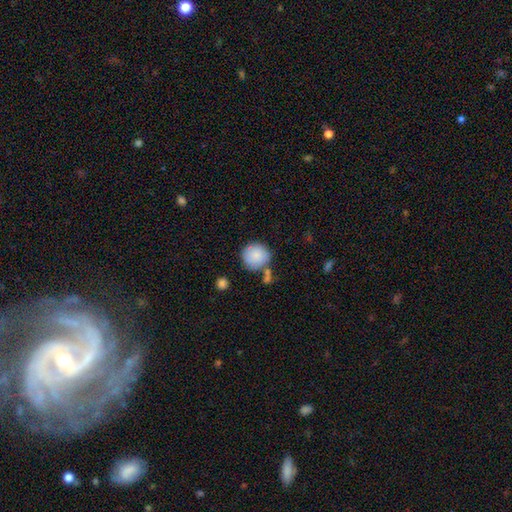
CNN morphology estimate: Smooth or featured? Predicted: smooth (p=0.85). How rounded? Predicted: round (p=0.89). Merging? Predicted: none (p=0.68).